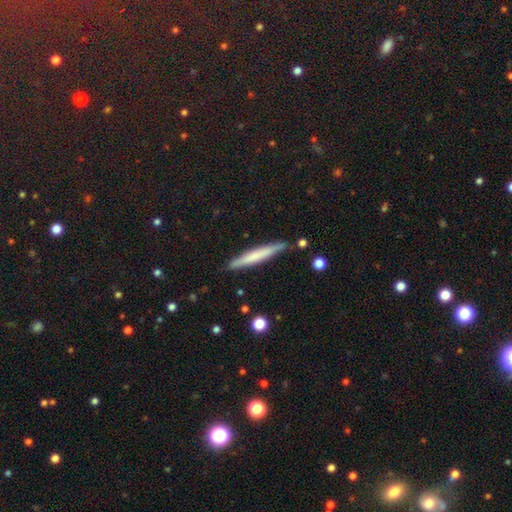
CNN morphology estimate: A smooth galaxy with no disk features (56%) that is cigar-shaped (95%). Merging: none (86%).